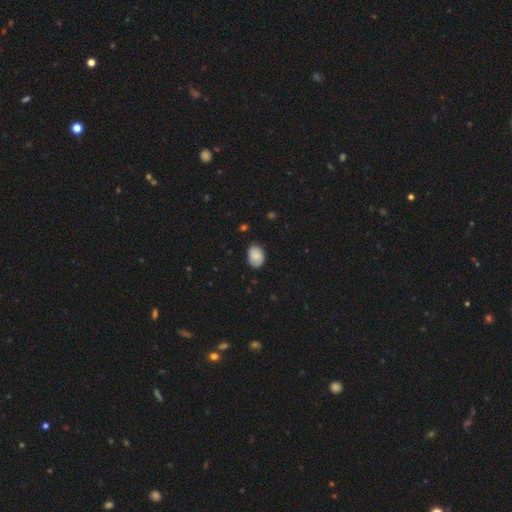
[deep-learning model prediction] Smooth or featured?
  - smooth: 80% *
  - featured or disk: 12%
  - star or artifact: 7%
How rounded?
  - in between: 74% *
  - round: 25%
  - cigar-shaped: 1%
Merging?
  - none: 80% *
  - minor disturbance: 16%
  - major disturbance: 3%
  - merger: 1%